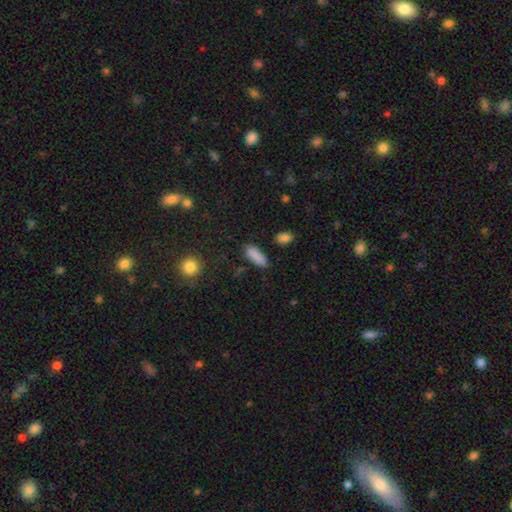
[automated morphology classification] smooth_or_featured: smooth (p=0.87) [alt: star or artifact p=0.08]
how_rounded: in between (p=0.65) [alt: cigar-shaped p=0.32]
merging: none (p=0.82) [alt: minor disturbance p=0.12]